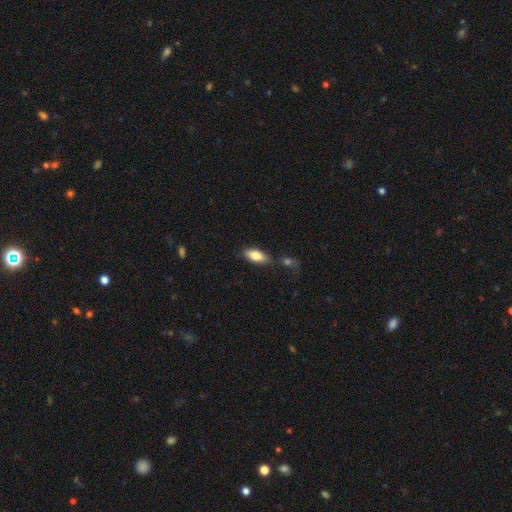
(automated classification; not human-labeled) Smooth or featured? smooth (78%)
How rounded? in between (84%)
Merging? none (75%)